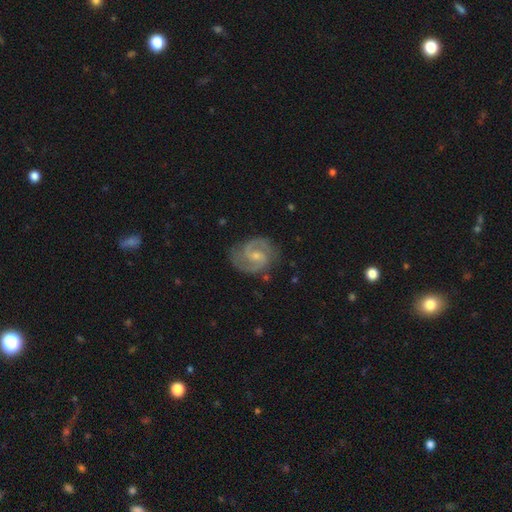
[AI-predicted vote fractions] smooth-or-featured: featured or disk: 91% | smooth: 5% | star or artifact: 4%
  disk-edge-on: no: 98% | yes: 2%
    bar: weak: 48% | no: 41% | strong: 11%
    has-spiral-arms: yes: 98% | no: 2%
      spiral-winding: medium: 60% | tight: 30% | loose: 10%
      spiral-arm-count: 2: 92% | 3: 2% | can't tell: 2% | 1: 1% | 4: 1% | more than 4: 1%
    bulge-size: small: 65% | moderate: 29% | none: 4% | large: 1% | dominant: 1%
  merging: none: 79% | minor disturbance: 15% | major disturbance: 4% | merger: 1%